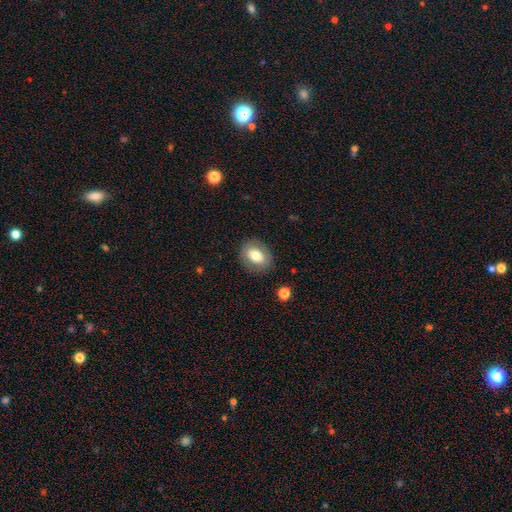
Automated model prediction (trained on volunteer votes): Q: Smooth or featured?
A: smooth (74%); runner-up: featured or disk (18%)
Q: How rounded?
A: in between (70%); runner-up: round (28%)
Q: Merging?
A: none (85%); runner-up: minor disturbance (10%)